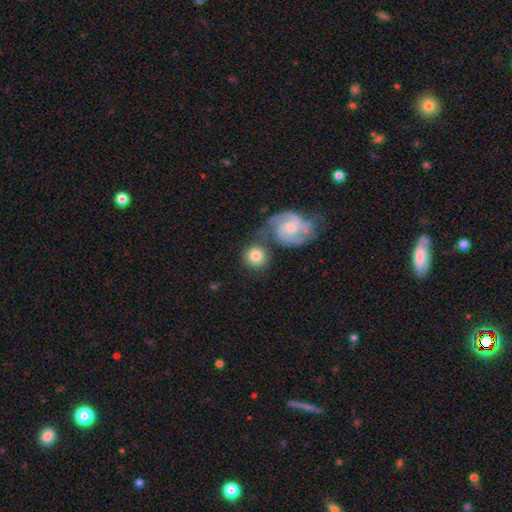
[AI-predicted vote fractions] Smooth or featured?
  - smooth: 68% *
  - featured or disk: 25%
  - star or artifact: 6%
How rounded?
  - round: 90% *
  - in between: 9%
  - cigar-shaped: 1%
Merging?
  - none: 59% *
  - merger: 25%
  - minor disturbance: 11%
  - major disturbance: 5%